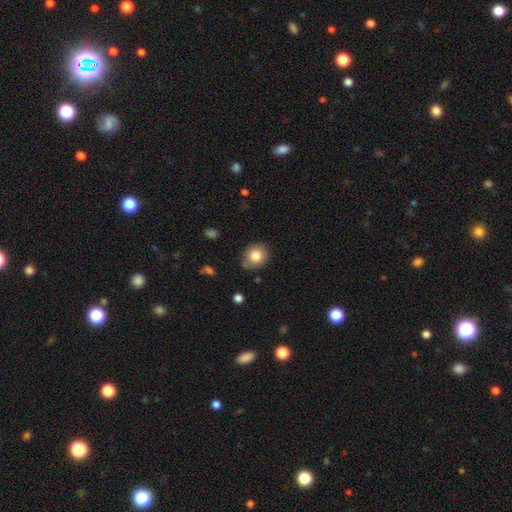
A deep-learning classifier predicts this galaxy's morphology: smooth_or_featured: smooth (p=0.82) [alt: star or artifact p=0.09]
how_rounded: round (p=0.67) [alt: in between p=0.32]
merging: none (p=0.81) [alt: minor disturbance p=0.14]